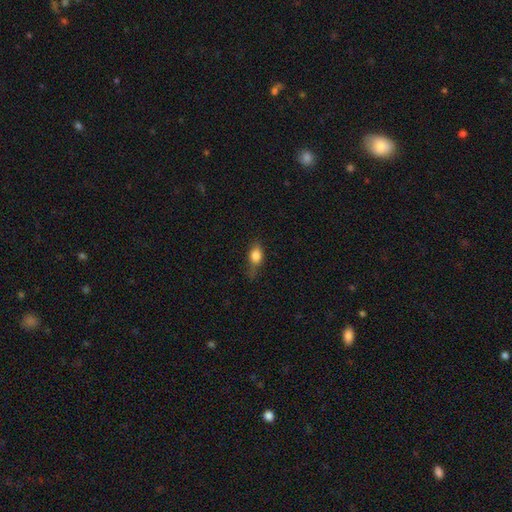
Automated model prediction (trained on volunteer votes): Smooth or featured: smooth — 78% (featured or disk — 13%)
How rounded: in between — 73% (round — 18%)
Merging: none — 54% (minor disturbance — 33%)